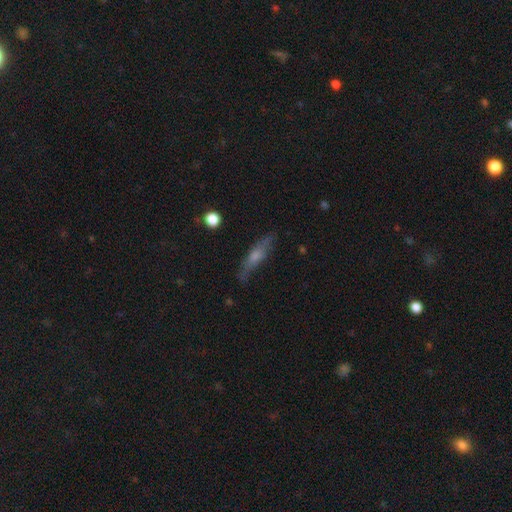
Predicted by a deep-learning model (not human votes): A featured or disk galaxy (48%). Merging: none (75%).